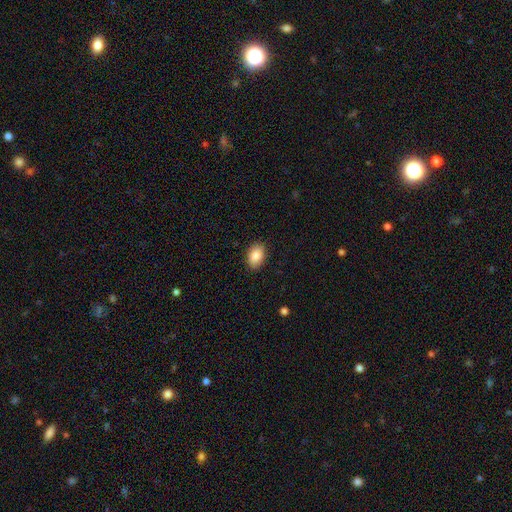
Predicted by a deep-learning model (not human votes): This appears to be a smooth galaxy with no disk features (87%) that is in between round and cigar-shaped (86%). Merging: none (88%).